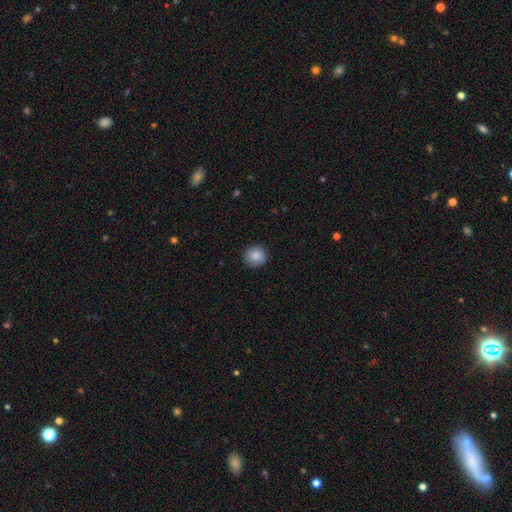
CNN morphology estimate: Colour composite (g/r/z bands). It shows a smooth galaxy with no disk features (85%) that is round (91%). Merging: none (87%).